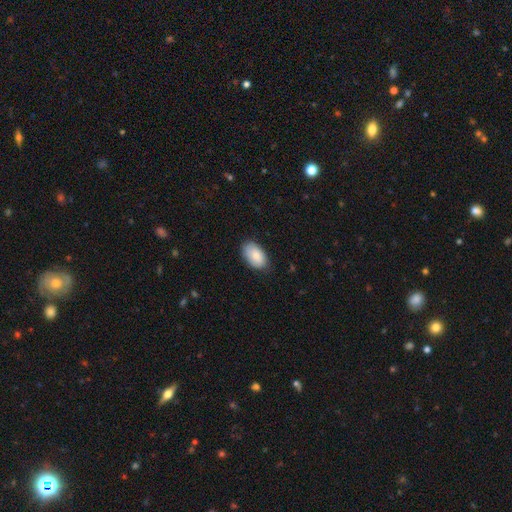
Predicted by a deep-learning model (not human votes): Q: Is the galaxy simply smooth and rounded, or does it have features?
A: smooth — 85%.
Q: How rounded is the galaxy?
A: in between — 95%.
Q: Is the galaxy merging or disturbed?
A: none — 81%.